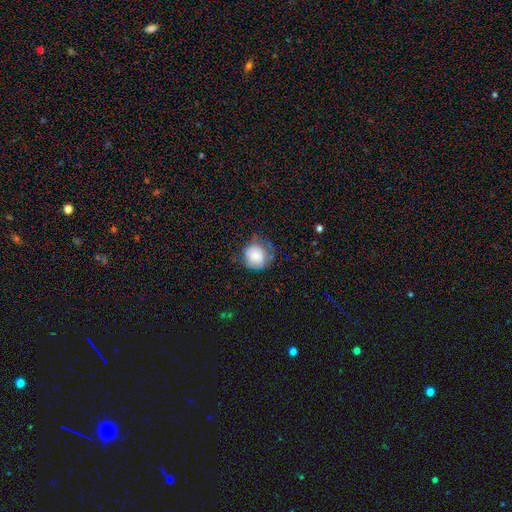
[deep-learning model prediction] Q: Smooth or featured?
A: smooth (79%); runner-up: featured or disk (13%)
Q: How rounded?
A: round (86%); runner-up: in between (13%)
Q: Merging?
A: none (51%); runner-up: minor disturbance (32%)